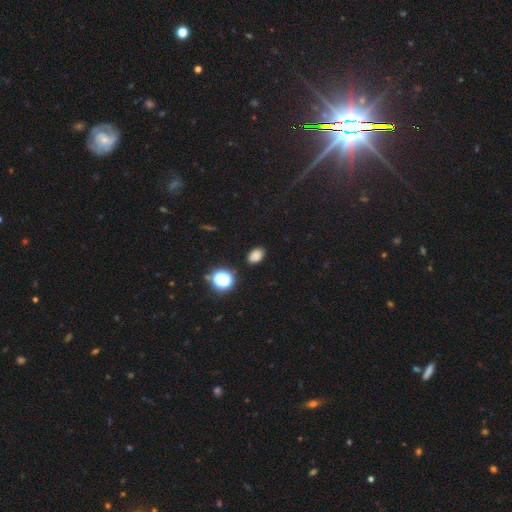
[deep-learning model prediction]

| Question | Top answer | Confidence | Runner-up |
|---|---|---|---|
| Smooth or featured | smooth | 78% | star or artifact (17%) |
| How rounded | in between | 79% | round (20%) |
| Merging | none | 85% | minor disturbance (11%) |